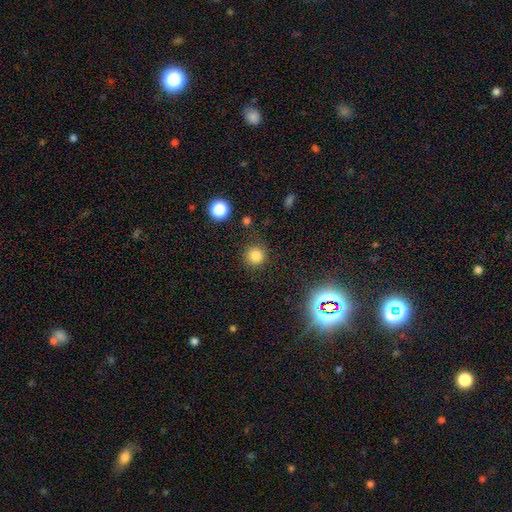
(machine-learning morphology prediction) Smooth or featured?
  - smooth: 80% *
  - star or artifact: 14%
  - featured or disk: 5%
How rounded?
  - round: 93% *
  - in between: 6%
  - cigar-shaped: 1%
Merging?
  - none: 86% *
  - minor disturbance: 9%
  - major disturbance: 3%
  - merger: 2%